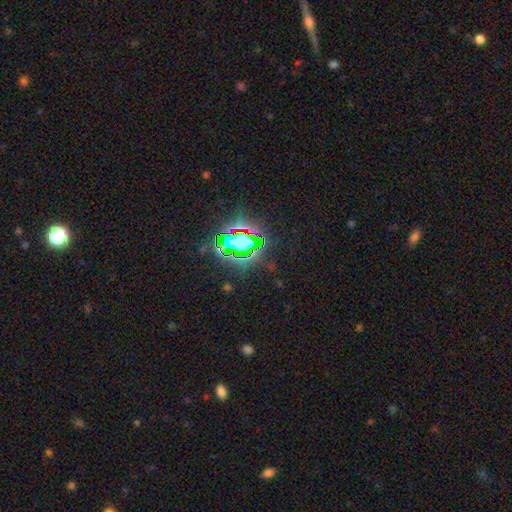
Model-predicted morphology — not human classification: star or artifact 81%, smooth 11%, featured or disk 7%.